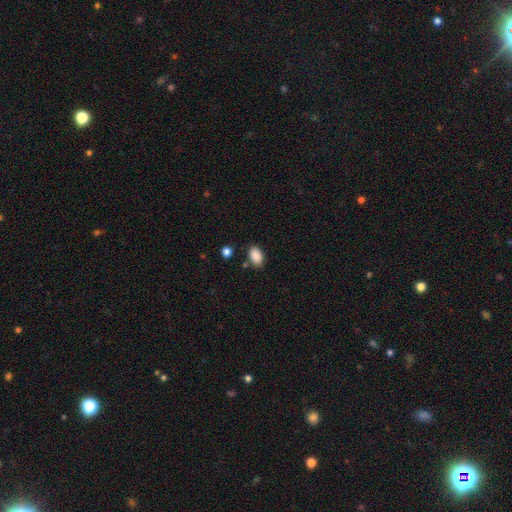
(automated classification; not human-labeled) A smooth galaxy with no disk features (89%) that is in between round and cigar-shaped (89%). Merging: none (80%).